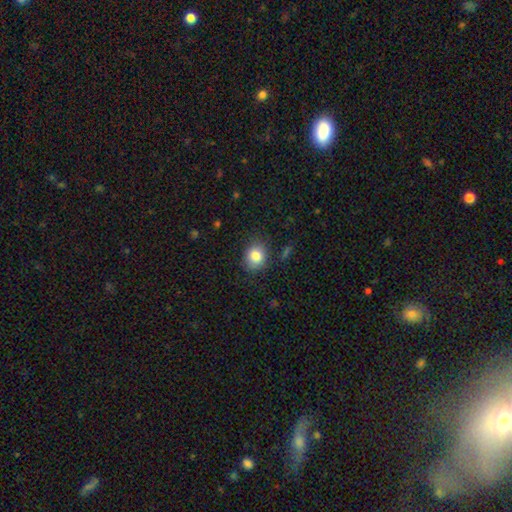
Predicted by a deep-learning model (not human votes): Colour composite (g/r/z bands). It shows a smooth galaxy with no disk features (82%) that is round (64%). Merging: none (81%).